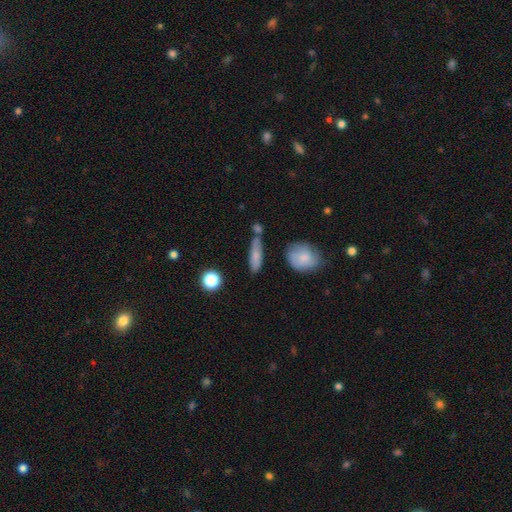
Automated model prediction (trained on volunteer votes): Smooth or featured? Predicted: smooth (p=0.72). How rounded? Predicted: cigar-shaped (p=0.52). Merging? Predicted: none (p=0.64).